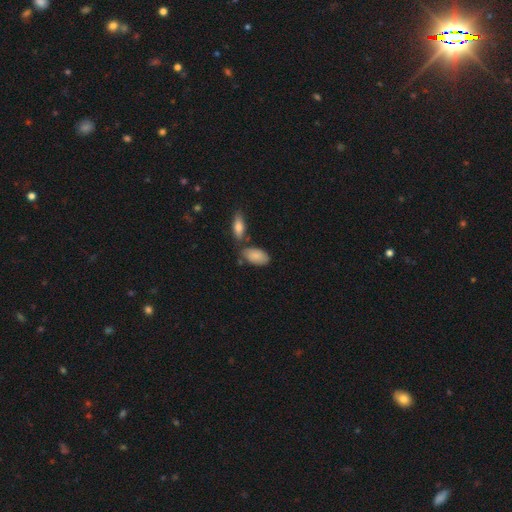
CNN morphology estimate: This is clearly a smooth galaxy (83%). How rounded: clearly in between (93%). Merging: likely none (61%).